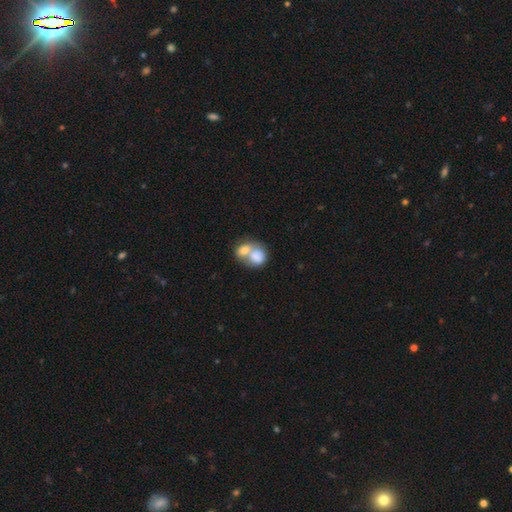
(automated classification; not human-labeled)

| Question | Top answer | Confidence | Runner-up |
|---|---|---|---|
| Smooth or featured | smooth | 76% | featured or disk (17%) |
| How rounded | round | 52% | in between (47%) |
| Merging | merger | 72% | none (17%) |